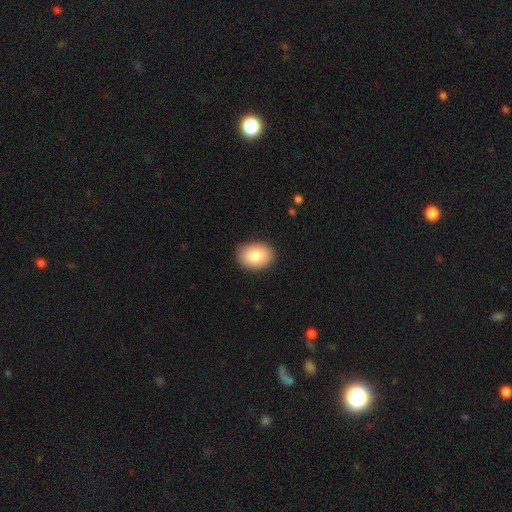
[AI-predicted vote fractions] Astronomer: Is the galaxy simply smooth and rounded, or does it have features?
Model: smooth — 83%.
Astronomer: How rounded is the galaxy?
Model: in between — 78%.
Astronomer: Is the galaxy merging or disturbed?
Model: none — 89%.